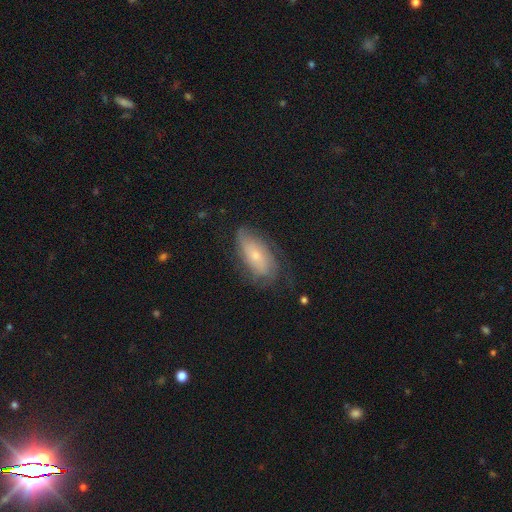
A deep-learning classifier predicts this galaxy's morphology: Q: Smooth or featured?
A: featured or disk (55%); runner-up: smooth (37%)
Q: Edge-on disk?
A: no (88%); runner-up: yes (12%)
Q: Merging?
A: none (62%); runner-up: minor disturbance (25%)